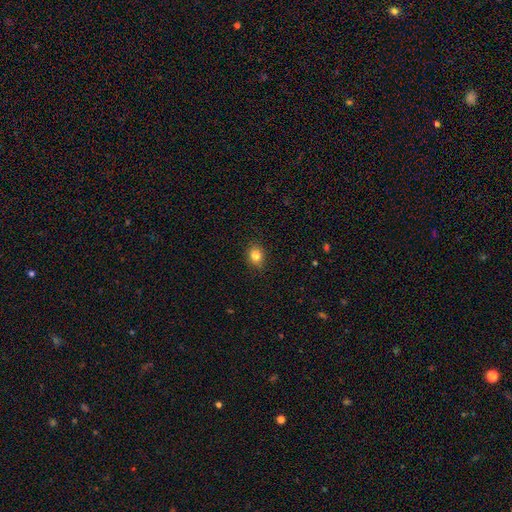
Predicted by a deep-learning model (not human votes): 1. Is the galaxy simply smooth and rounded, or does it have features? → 82% smooth, 12% star or artifact, 6% featured or disk.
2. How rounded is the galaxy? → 71% round, 28% in between, 1% cigar-shaped.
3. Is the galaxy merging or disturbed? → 84% none, 12% minor disturbance, 2% major disturbance, 1% merger.